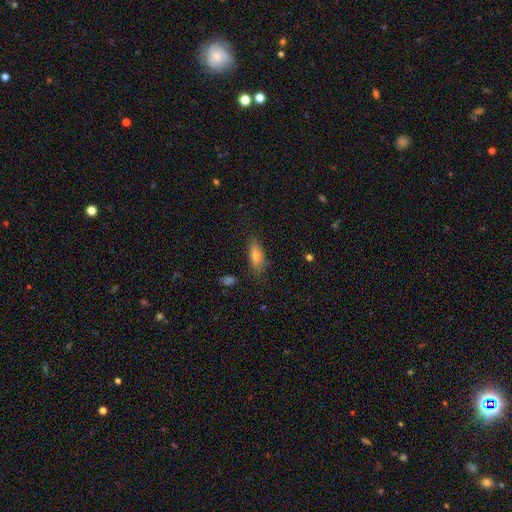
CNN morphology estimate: The model was most divided on "how rounded": in between: 61%, cigar-shaped: 35%, round: 3%. More confident: merging — none (78%); smooth or featured — smooth (73%).